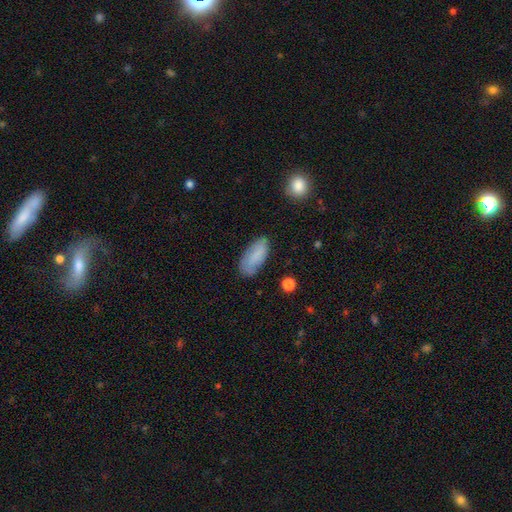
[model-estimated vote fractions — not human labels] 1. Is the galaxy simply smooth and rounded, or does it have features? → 79% smooth, 14% featured or disk, 7% star or artifact.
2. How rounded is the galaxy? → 86% in between, 12% cigar-shaped, 2% round.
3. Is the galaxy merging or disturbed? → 71% none, 21% minor disturbance, 5% major disturbance, 2% merger.